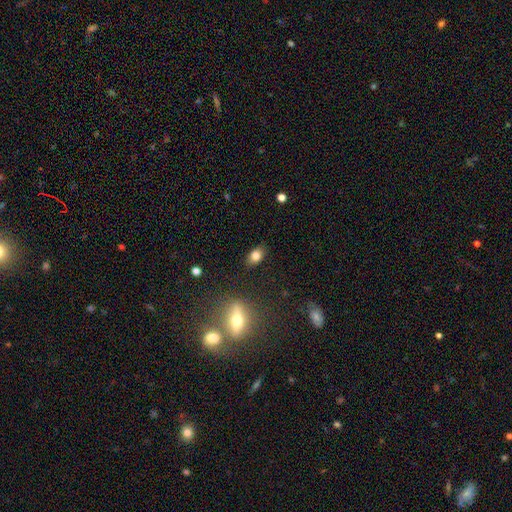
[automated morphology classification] smooth 80%, featured or disk 11%, star or artifact 10%. Down the decision tree: how rounded — in between (81%); merging — none (85%).